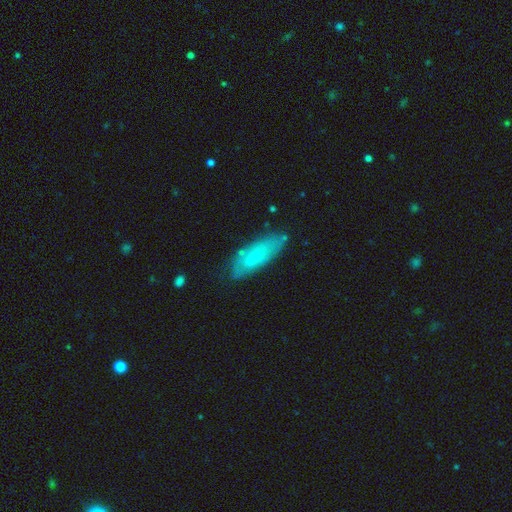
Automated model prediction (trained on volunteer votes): Q: Smooth or featured?
A: smooth (50%); runner-up: featured or disk (43%)
Q: Merging?
A: none (73%); runner-up: minor disturbance (20%)